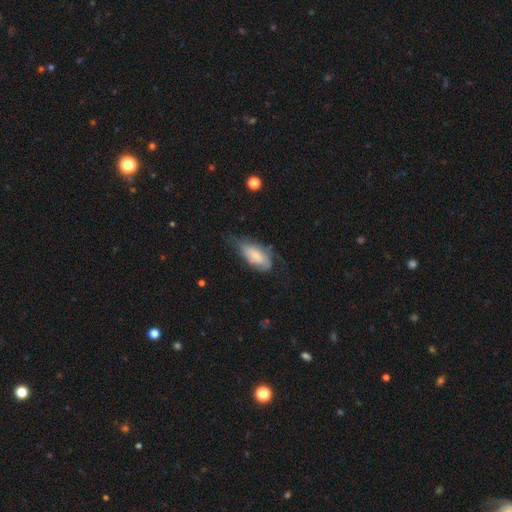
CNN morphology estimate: Overall: smooth (58%; featured or disk 35%). How rounded: in between (87%). Merging: none (42%; minor disturbance 35%).